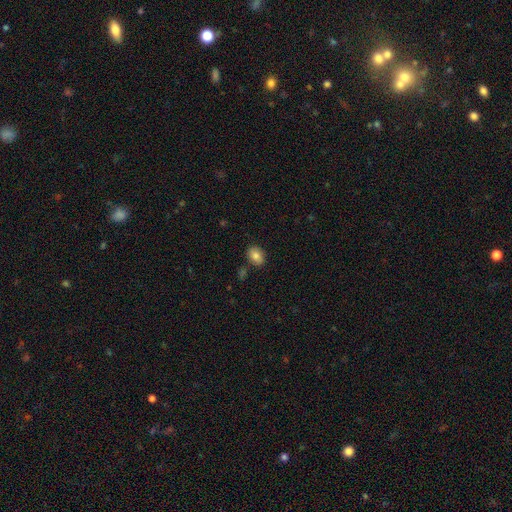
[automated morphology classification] The model was most divided on "how rounded": in between: 68%, round: 31%, cigar-shaped: 1%. More confident: merging — none (83%); smooth or featured — smooth (83%).